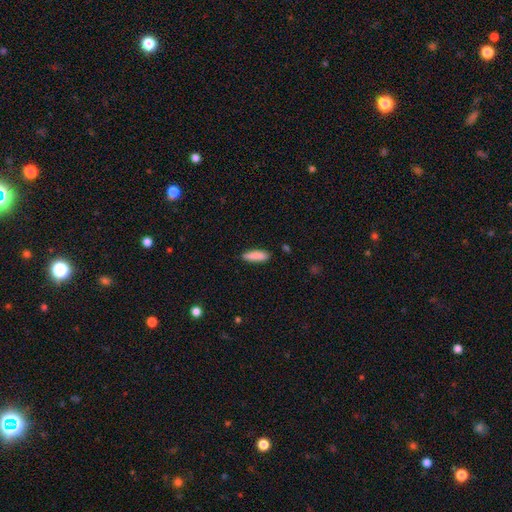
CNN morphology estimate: A smooth galaxy with no disk features (88%) that is cigar-shaped (55%).

Vote fractions:
- Smooth or featured? smooth: 88% / star or artifact: 6% / featured or disk: 6%
- How rounded? cigar-shaped: 55% / in between: 44% / round: 2%
- Merging? none: 84% / minor disturbance: 12% / major disturbance: 2% / merger: 2%